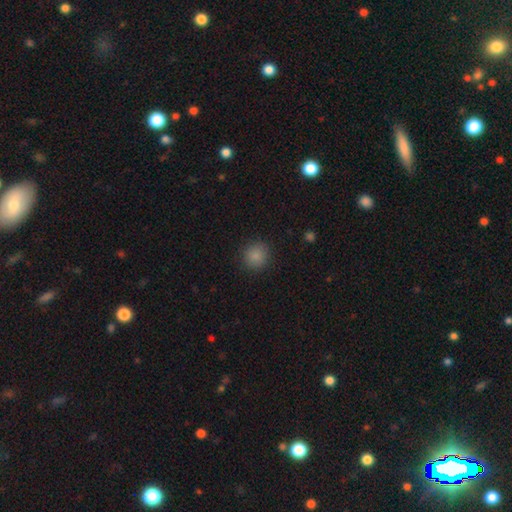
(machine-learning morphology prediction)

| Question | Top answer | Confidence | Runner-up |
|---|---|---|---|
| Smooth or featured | smooth | 86% | star or artifact (11%) |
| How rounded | round | 90% | in between (9%) |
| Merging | none | 89% | minor disturbance (7%) |